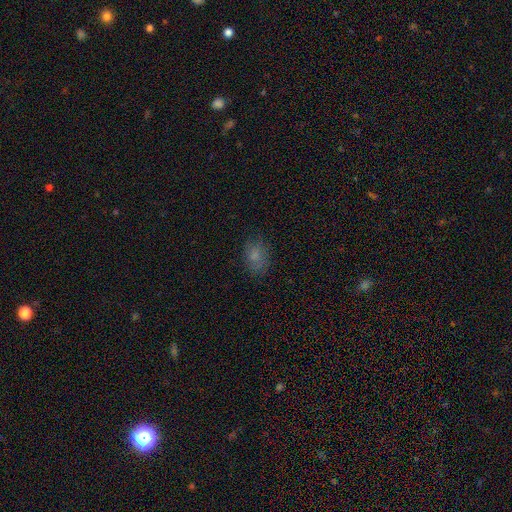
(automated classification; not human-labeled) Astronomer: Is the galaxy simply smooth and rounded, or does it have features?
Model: smooth — 76%.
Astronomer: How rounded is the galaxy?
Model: in between — 77%.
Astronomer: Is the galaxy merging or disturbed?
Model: none — 74%.